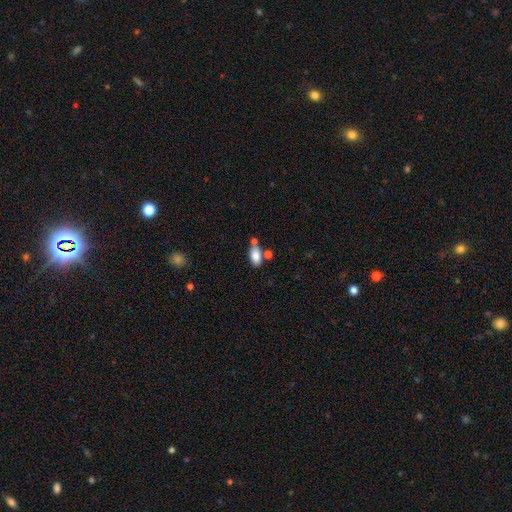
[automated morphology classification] Q: Smooth or featured?
A: smooth (83%); runner-up: featured or disk (9%)
Q: How rounded?
A: in between (91%); runner-up: cigar-shaped (5%)
Q: Merging?
A: none (56%); runner-up: merger (24%)